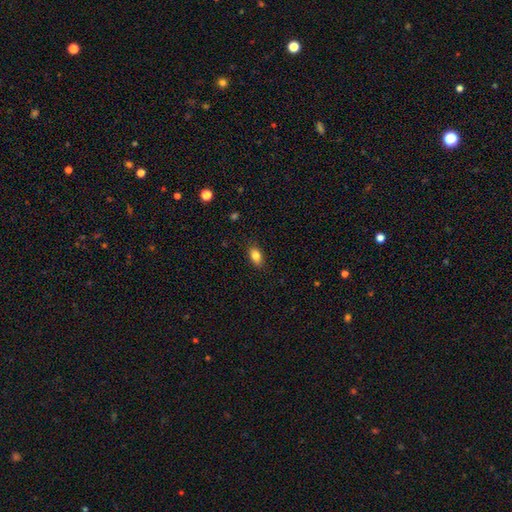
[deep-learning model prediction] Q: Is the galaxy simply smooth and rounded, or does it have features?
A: smooth — 84%.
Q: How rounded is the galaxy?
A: in between — 87%.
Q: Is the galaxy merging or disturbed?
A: none — 86%.